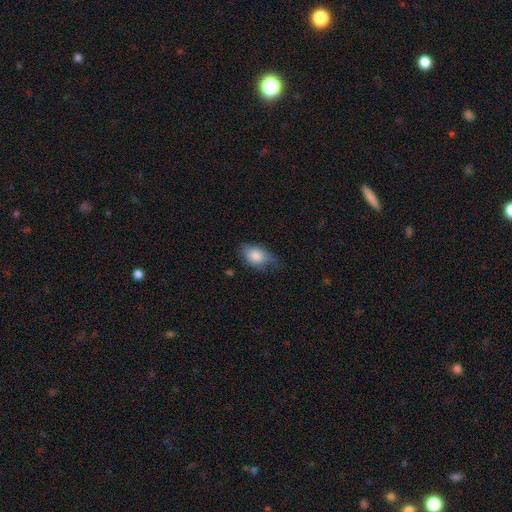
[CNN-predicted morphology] This is clearly a smooth galaxy (81%). How rounded: clearly in between (84%). Merging: possibly none (48%).